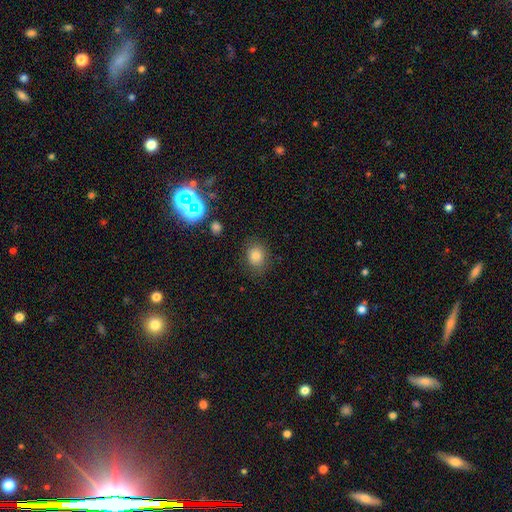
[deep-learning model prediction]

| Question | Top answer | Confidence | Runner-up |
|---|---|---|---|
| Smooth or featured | smooth | 78% | star or artifact (14%) |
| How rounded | round | 63% | in between (36%) |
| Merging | none | 82% | minor disturbance (12%) |